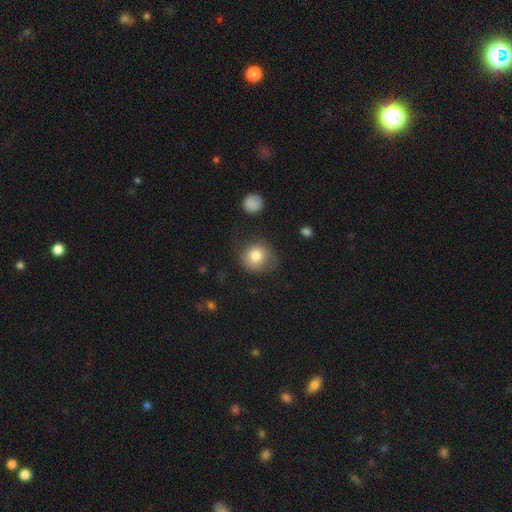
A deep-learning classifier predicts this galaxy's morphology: Smooth or featured? smooth (81%)
How rounded? round (84%)
Merging? none (65%)